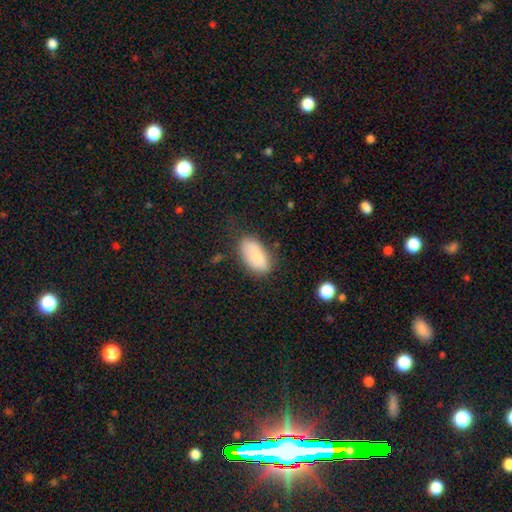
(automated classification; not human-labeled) Smooth or featured?
  - smooth: 81% *
  - featured or disk: 12%
  - star or artifact: 7%
How rounded?
  - in between: 93% *
  - round: 4%
  - cigar-shaped: 3%
Merging?
  - none: 69% *
  - minor disturbance: 22%
  - major disturbance: 6%
  - merger: 3%